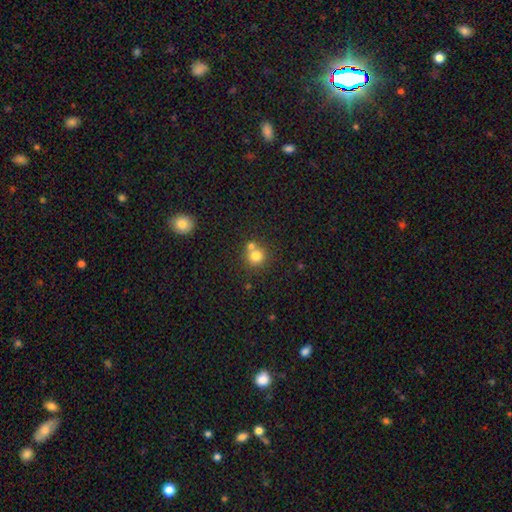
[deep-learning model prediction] smooth 78%, star or artifact 13%, featured or disk 10%. Down the decision tree: how rounded — round (91%); merging — none (56%).